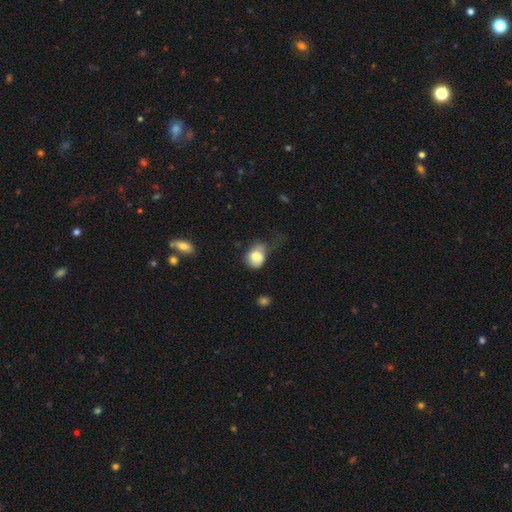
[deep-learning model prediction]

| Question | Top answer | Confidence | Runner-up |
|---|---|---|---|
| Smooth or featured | smooth | 75% | featured or disk (16%) |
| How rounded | in between | 52% | round (47%) |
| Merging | minor disturbance | 35% | none (30%) |